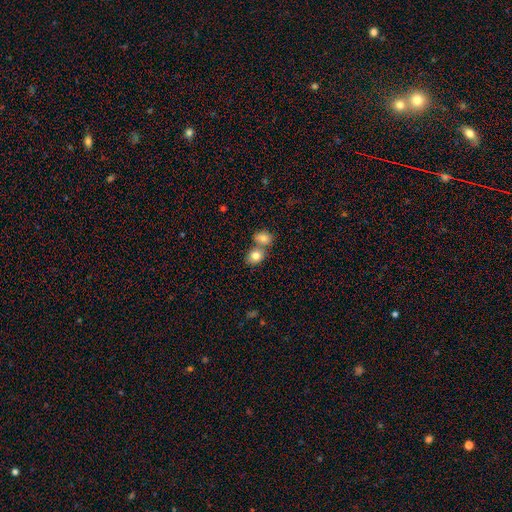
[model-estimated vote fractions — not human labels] Morphology: type=smooth (81%); roundness=round (56%); merging=merger (49%).